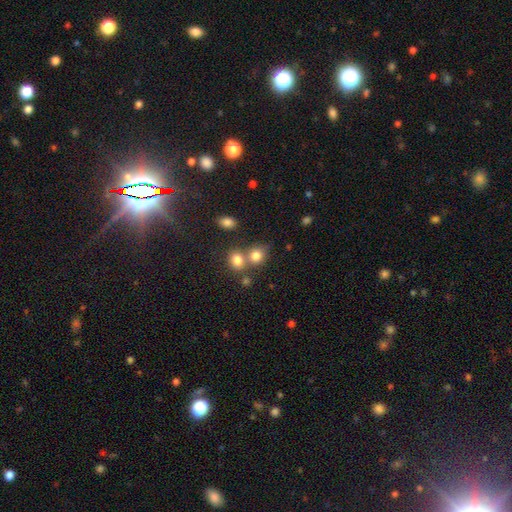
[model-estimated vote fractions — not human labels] Smooth or featured? Predicted: smooth (p=0.80). How rounded? Predicted: round (p=0.73). Merging? Predicted: none (p=0.49).